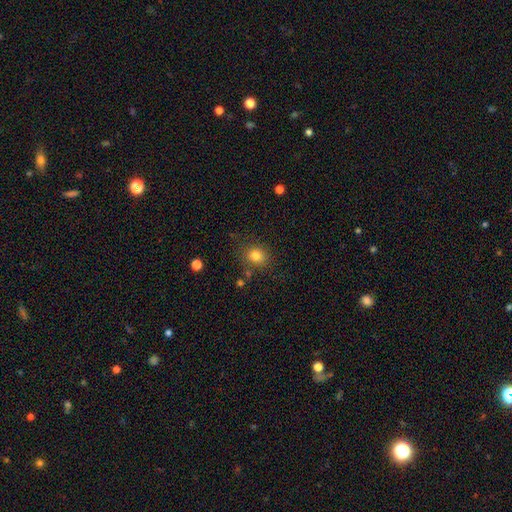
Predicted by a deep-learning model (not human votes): The model was most divided on "how rounded": round: 72%, in between: 27%, cigar-shaped: 1%. More confident: merging — none (82%); smooth or featured — smooth (81%).